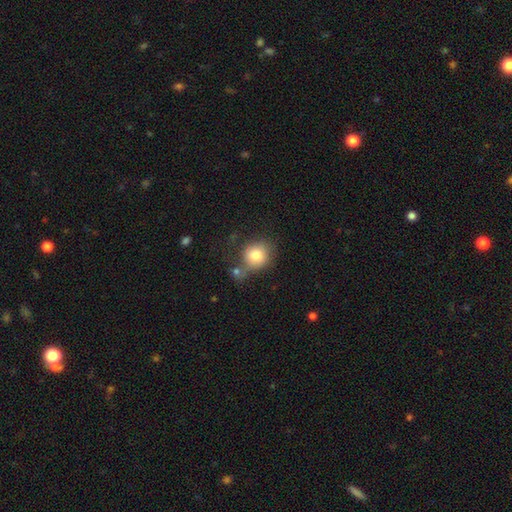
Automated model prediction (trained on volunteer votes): smooth-or-featured: smooth: 79% | featured or disk: 11% | star or artifact: 9%
  how-rounded: round: 81% | in between: 18% | cigar-shaped: 1%
  merging: none: 52% | minor disturbance: 19% | merger: 19% | major disturbance: 10%